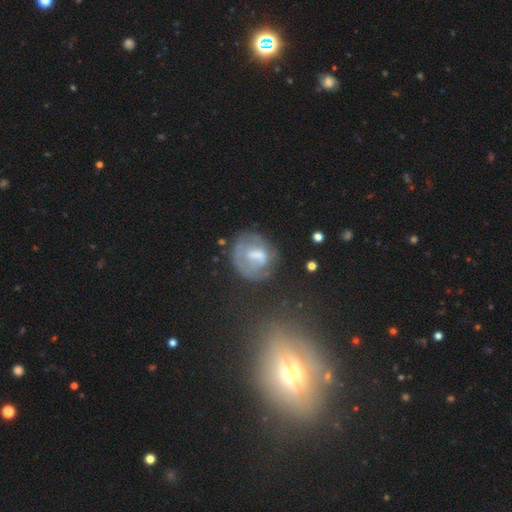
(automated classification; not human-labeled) smooth-or-featured: featured or disk: 49% | smooth: 41% | star or artifact: 11%
  merging: none: 53% | minor disturbance: 23% | major disturbance: 19% | merger: 4%